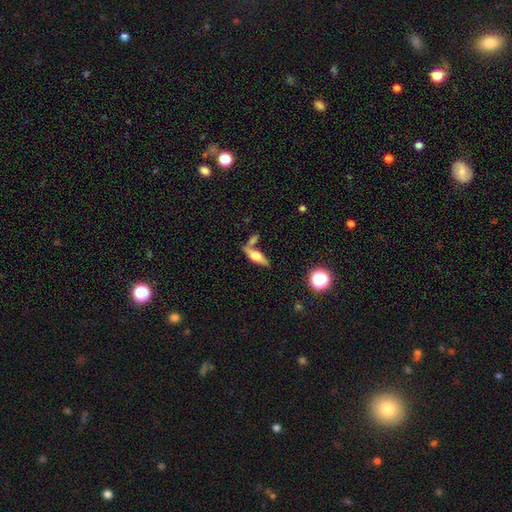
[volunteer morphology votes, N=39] smooth-or-featured: featured or disk: 56% | smooth: 33% | star or artifact: 10%
  disk-edge-on: yes: 86% | no: 14%
    edge-on-bulge: rounded: 89% | boxy: 11% | none: 0%
  merging: none: 60% | merger: 29% | minor disturbance: 9% | major disturbance: 3%